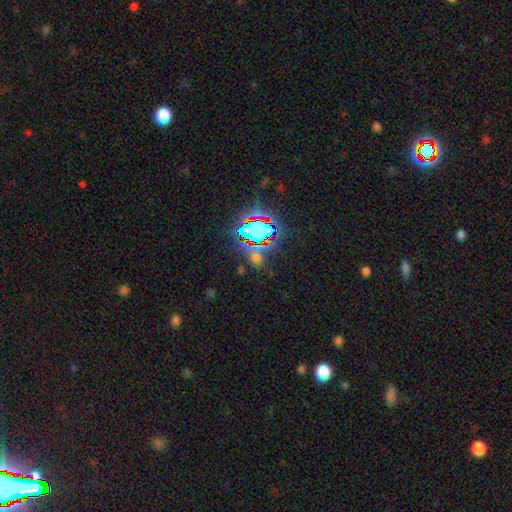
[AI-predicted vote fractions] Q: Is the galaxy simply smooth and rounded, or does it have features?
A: star or artifact — 72%.